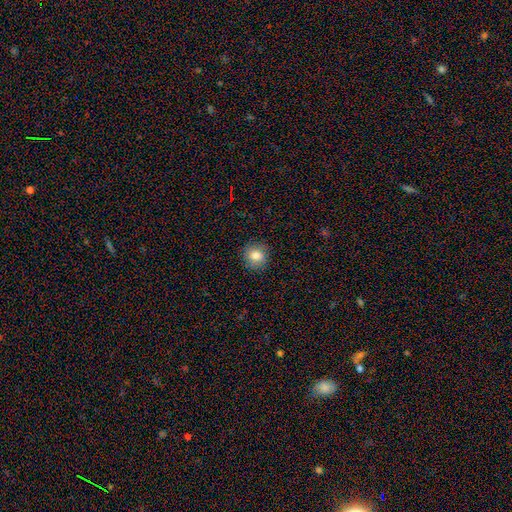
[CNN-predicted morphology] smooth-or-featured: smooth: 82% | star or artifact: 10% | featured or disk: 8%
  how-rounded: round: 85% | in between: 14% | cigar-shaped: 1%
  merging: none: 88% | minor disturbance: 9% | major disturbance: 2% | merger: 1%